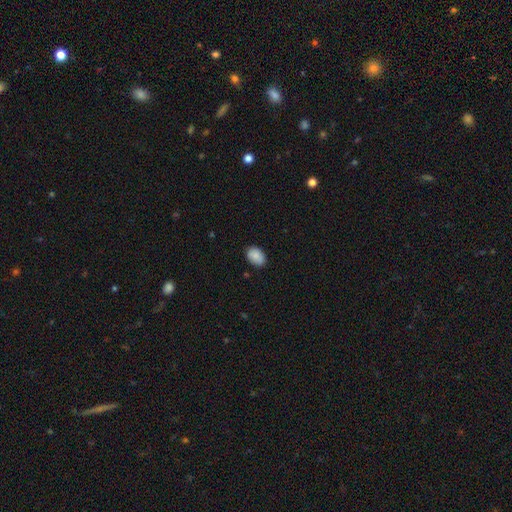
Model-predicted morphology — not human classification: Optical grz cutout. It shows a smooth galaxy with no disk features (87%) that is in between round and cigar-shaped (83%). Merging: none (85%).